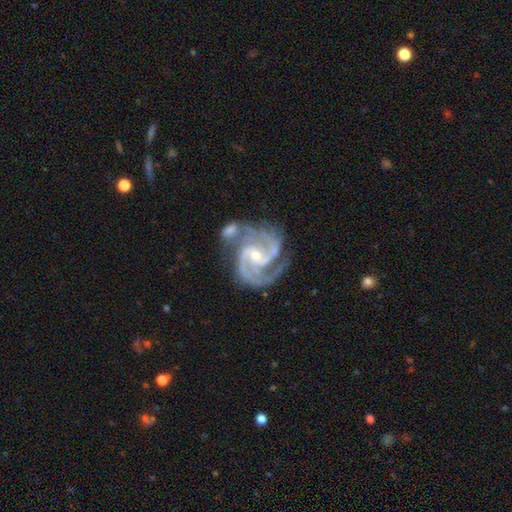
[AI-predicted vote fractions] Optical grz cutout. It shows a featured or disk galaxy (93%) with a weak bar (41%, tied with no), 2 (53%) medium (52%) spiral arms (99%) and a small central bulge (66%). Merging: none (48%).